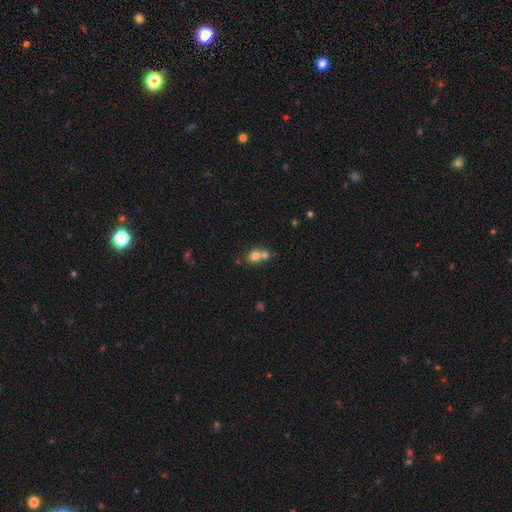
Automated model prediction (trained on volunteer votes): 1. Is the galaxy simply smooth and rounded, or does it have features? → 74% smooth, 14% featured or disk, 12% star or artifact.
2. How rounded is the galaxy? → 68% round, 31% in between, 1% cigar-shaped.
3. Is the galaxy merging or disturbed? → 59% merger, 32% none, 6% minor disturbance, 3% major disturbance.